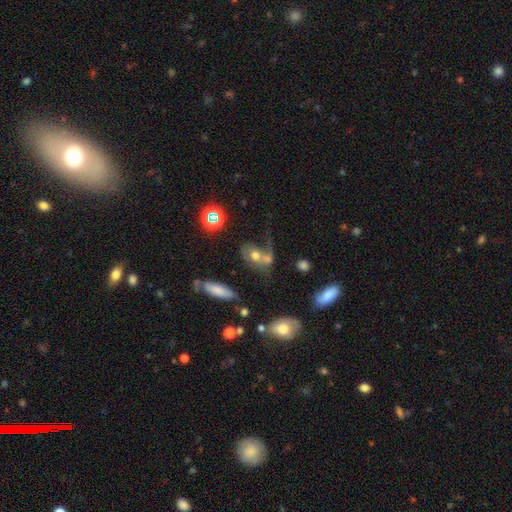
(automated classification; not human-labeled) Smooth or featured? Predicted: smooth (p=0.46). Merging? Predicted: merger (p=0.46).